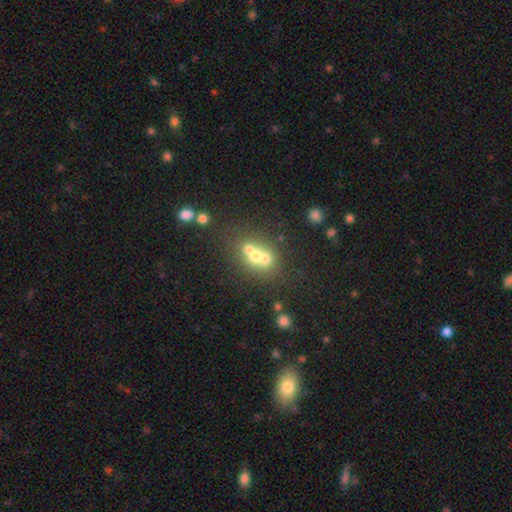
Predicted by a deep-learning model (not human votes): smooth 54%, featured or disk 29%, star or artifact 16%. Down the decision tree: how rounded — round (69%); merging — merger (58%).